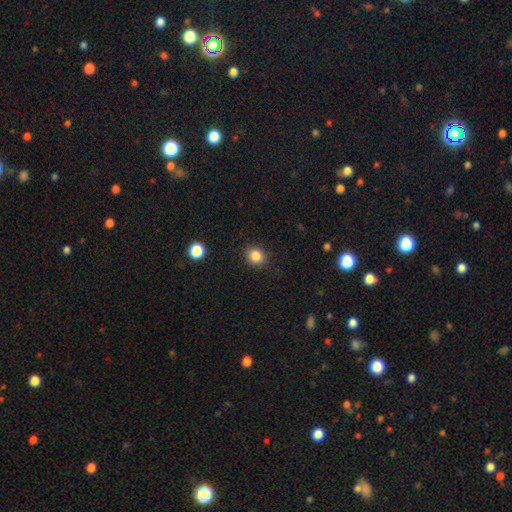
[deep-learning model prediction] Smooth or featured? smooth (85%)
How rounded? round (72%)
Merging? none (87%)